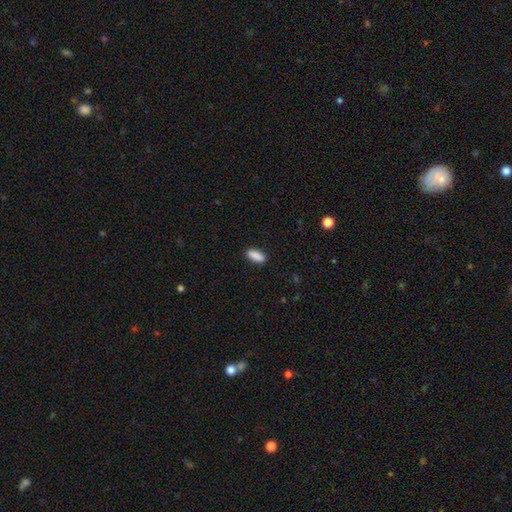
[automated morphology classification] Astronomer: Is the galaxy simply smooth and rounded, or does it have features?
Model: smooth — 88%.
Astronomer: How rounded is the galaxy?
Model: in between — 73%.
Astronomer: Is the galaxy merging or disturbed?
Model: none — 88%.